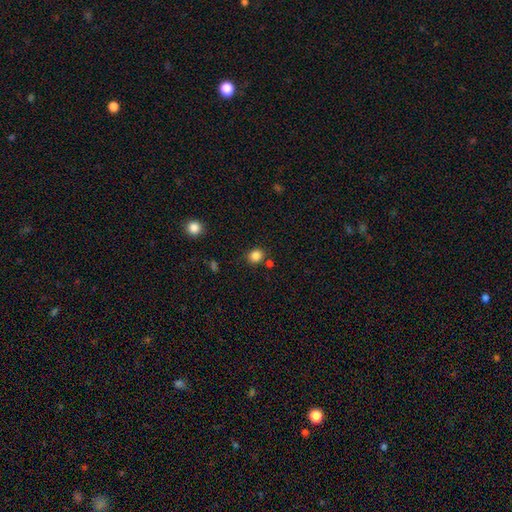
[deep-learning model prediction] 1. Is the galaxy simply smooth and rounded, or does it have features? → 85% smooth, 11% star or artifact, 4% featured or disk.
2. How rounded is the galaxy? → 73% round, 26% in between, 1% cigar-shaped.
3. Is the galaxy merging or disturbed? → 80% none, 10% minor disturbance, 7% merger, 3% major disturbance.